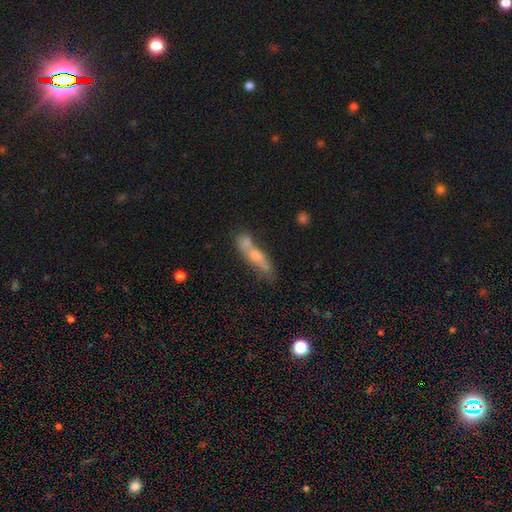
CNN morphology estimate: smooth_or_featured: smooth (p=0.49) [alt: featured or disk p=0.42]
merging: none (p=0.45) [alt: merger p=0.32]